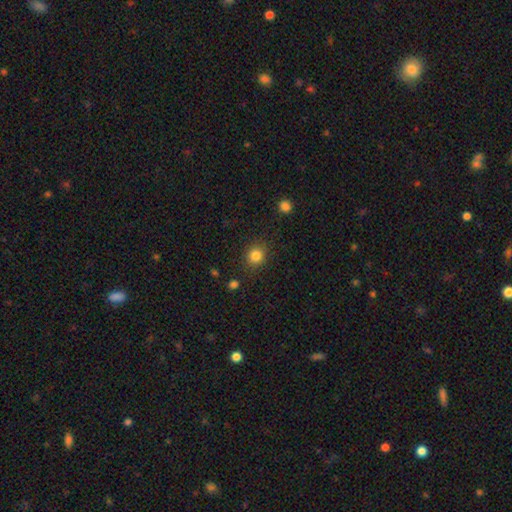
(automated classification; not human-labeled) smooth 84%, star or artifact 11%, featured or disk 5%. Down the decision tree: how rounded — round (84%); merging — none (88%).